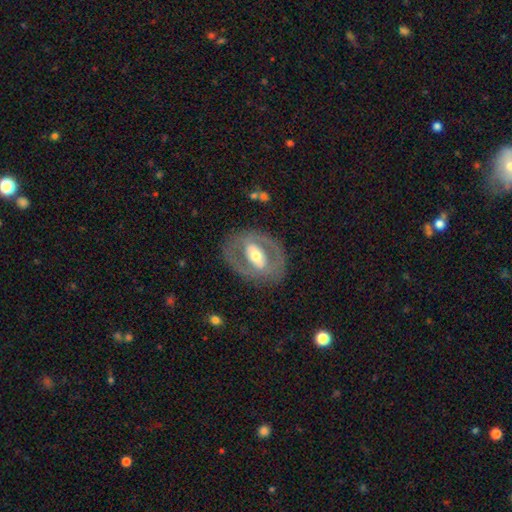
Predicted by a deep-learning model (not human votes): Smooth or featured? Predicted: featured or disk (p=0.70). Edge-on disk? Predicted: no (p=0.93). Bar? Predicted: strong (p=0.37). Spiral arms? Predicted: no (p=0.61). Bulge size? Predicted: moderate (p=0.62). Merging? Predicted: none (p=0.76).